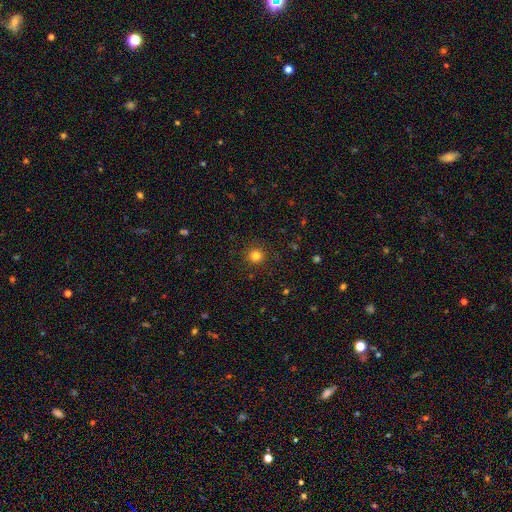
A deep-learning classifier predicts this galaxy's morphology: smooth-or-featured: smooth: 81% | star or artifact: 14% | featured or disk: 5%
  how-rounded: round: 95% | in between: 4% | cigar-shaped: 1%
  merging: none: 90% | minor disturbance: 6% | major disturbance: 3% | merger: 1%